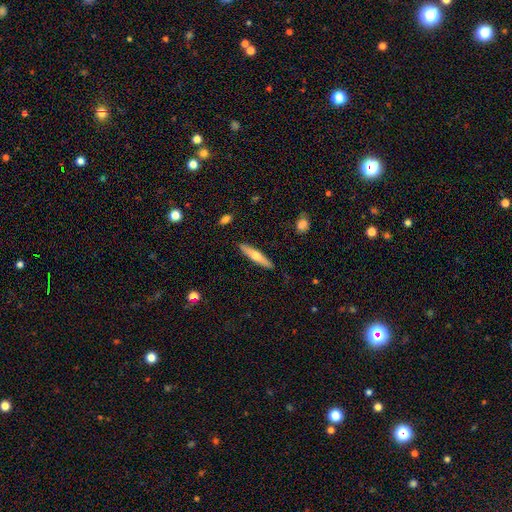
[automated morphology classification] A smooth galaxy with no disk features (52%) that is cigar-shaped (86%).

Vote fractions:
- Smooth or featured? smooth: 52% / featured or disk: 42% / star or artifact: 6%
- How rounded? cigar-shaped: 86% / in between: 12% / round: 2%
- Merging? none: 89% / minor disturbance: 8% / major disturbance: 2% / merger: 1%